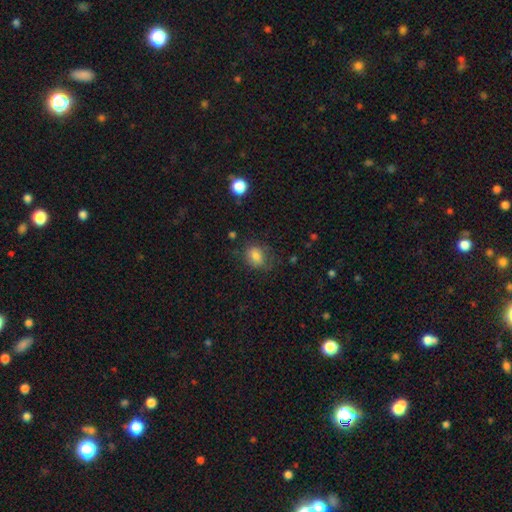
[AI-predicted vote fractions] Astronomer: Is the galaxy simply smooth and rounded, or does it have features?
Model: smooth — 79%.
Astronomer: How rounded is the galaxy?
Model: in between — 50% (runner-up: round, 49%).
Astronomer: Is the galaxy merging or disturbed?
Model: none — 66%.